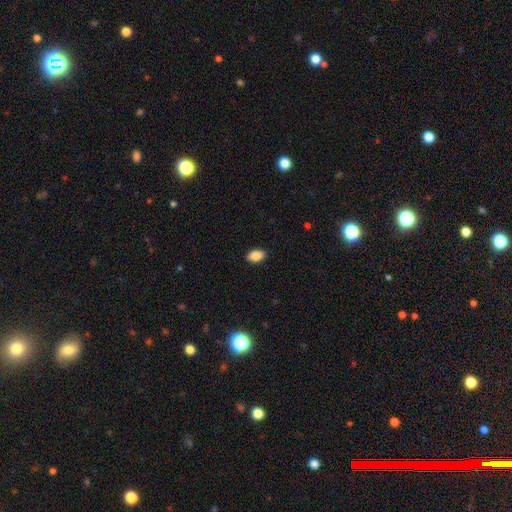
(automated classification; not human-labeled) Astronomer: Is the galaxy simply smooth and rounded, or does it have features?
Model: smooth — 88%.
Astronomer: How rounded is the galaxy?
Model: in between — 88%.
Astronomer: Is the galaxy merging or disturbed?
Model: none — 90%.